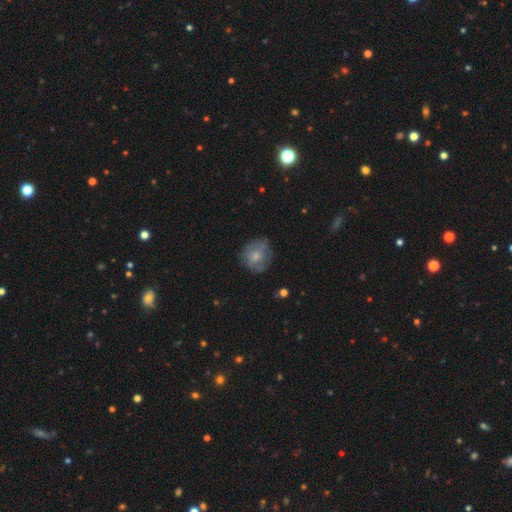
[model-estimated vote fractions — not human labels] smooth-or-featured: smooth: 61% | featured or disk: 32% | star or artifact: 8%
  how-rounded: round: 83% | in between: 16% | cigar-shaped: 1%
  merging: none: 68% | minor disturbance: 22% | major disturbance: 9% | merger: 2%